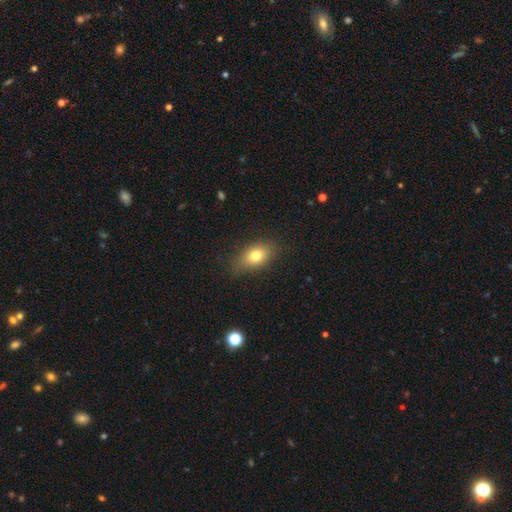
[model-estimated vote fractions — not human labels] The model was most divided on "how rounded": in between: 79%, round: 18%, cigar-shaped: 4%. More confident: merging — none (81%); smooth or featured — smooth (76%).